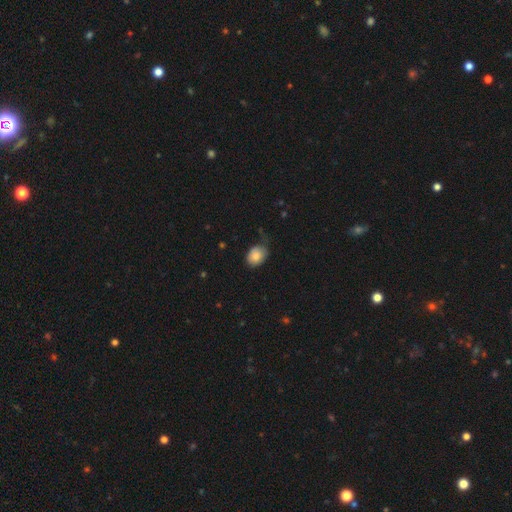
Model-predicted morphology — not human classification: This is clearly a smooth galaxy (82%). How rounded: likely in between (65%). Merging: possibly none (59%).